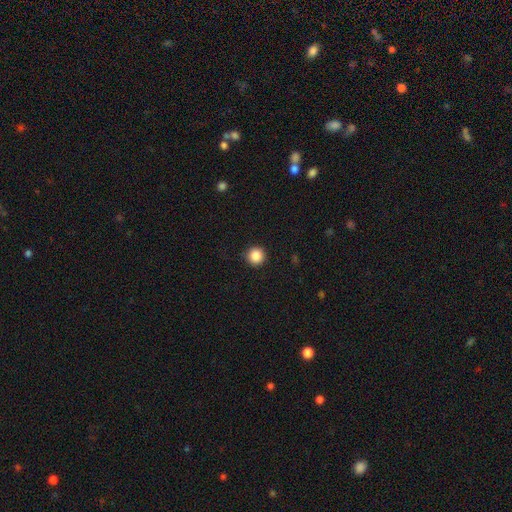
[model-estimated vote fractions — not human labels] Smooth or featured? smooth (87%)
How rounded? round (96%)
Merging? none (93%)